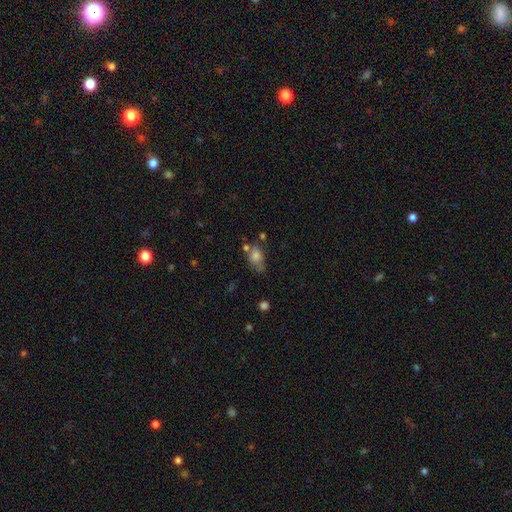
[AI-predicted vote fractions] A smooth galaxy with no disk features (72%) that is in between round and cigar-shaped (73%). Merging: none (41%).